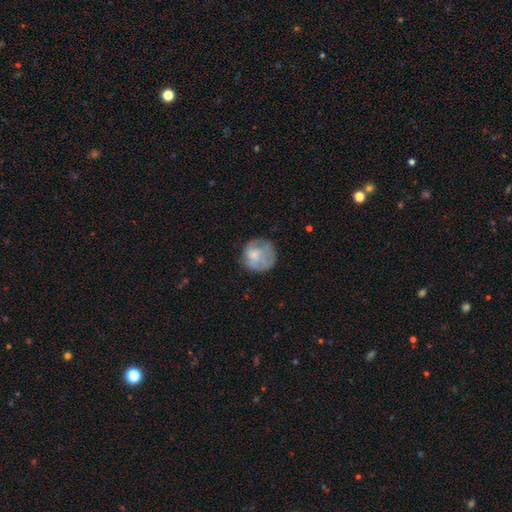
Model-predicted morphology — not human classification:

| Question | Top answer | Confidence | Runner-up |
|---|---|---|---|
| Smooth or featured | smooth | 62% | featured or disk (30%) |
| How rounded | round | 85% | in between (14%) |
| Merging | none | 58% | minor disturbance (25%) |